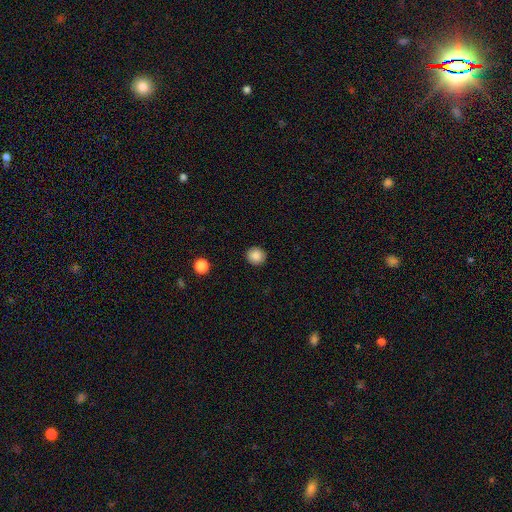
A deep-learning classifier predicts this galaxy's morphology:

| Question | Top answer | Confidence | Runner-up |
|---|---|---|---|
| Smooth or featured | smooth | 87% | star or artifact (10%) |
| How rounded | round | 90% | in between (9%) |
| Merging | none | 91% | minor disturbance (6%) |